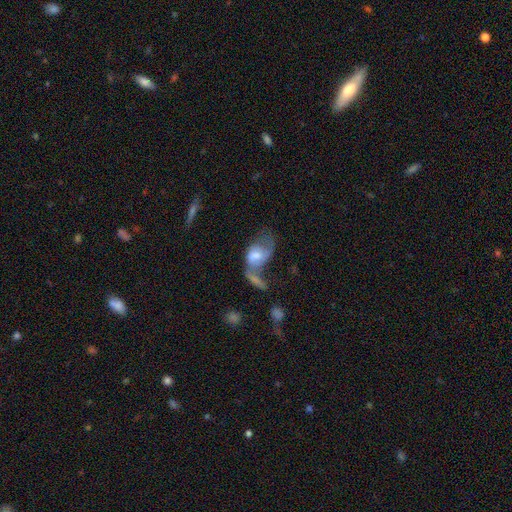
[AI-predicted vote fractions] smooth_or_featured: featured or disk (p=0.53) [alt: smooth p=0.39]
disk_edge_on: no (p=0.95) [alt: yes p=0.05]
bar: no (p=0.49) [alt: weak p=0.40]
has_spiral_arms: yes (p=0.66) [alt: no p=0.34]
bulge_size: moderate (p=0.47) [alt: small p=0.23]
merging: merger (p=0.41) [alt: major disturbance p=0.29]